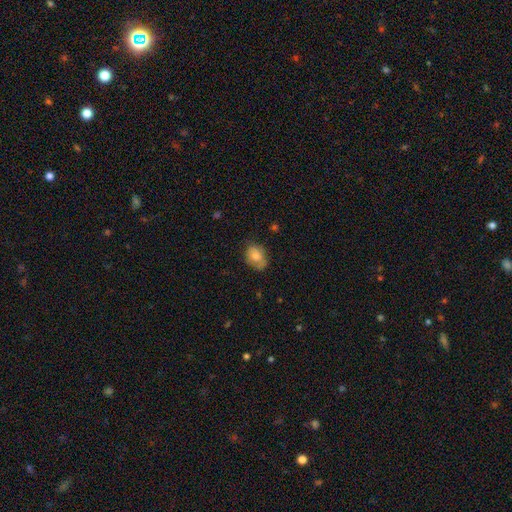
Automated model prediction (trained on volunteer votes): Smooth or featured? Predicted: smooth (p=0.75). How rounded? Predicted: in between (p=0.72). Merging? Predicted: none (p=0.64).